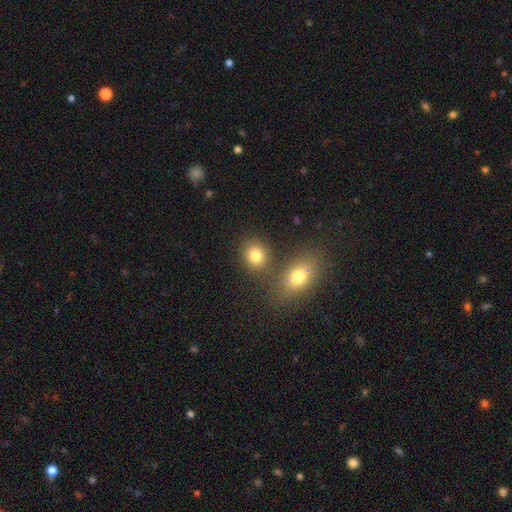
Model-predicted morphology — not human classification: A smooth galaxy with no disk features (80%) that is round (66%).

Vote fractions:
- Smooth or featured? smooth: 80% / star or artifact: 13% / featured or disk: 7%
- How rounded? round: 66% / in between: 33% / cigar-shaped: 1%
- Merging? none: 71% / merger: 17% / minor disturbance: 9% / major disturbance: 4%